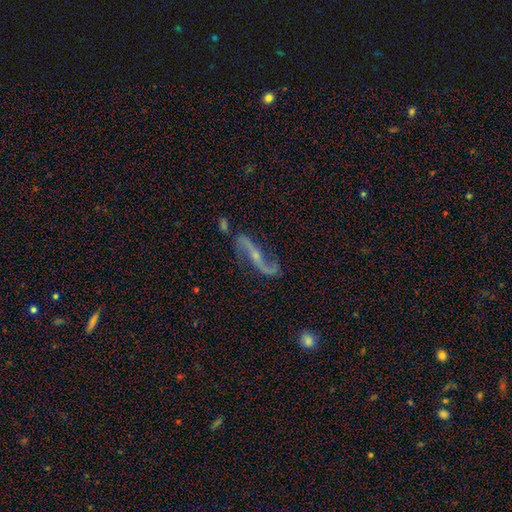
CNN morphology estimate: Overall: featured or disk (88%). Edge-on disk: no (86%). Bar: no (41%; weak 32%). Spiral arms: yes (95%). Spiral arm count: 2 (93%). Spiral winding: loose (83%). Bulge size: small (66%). Merging: none (69%).